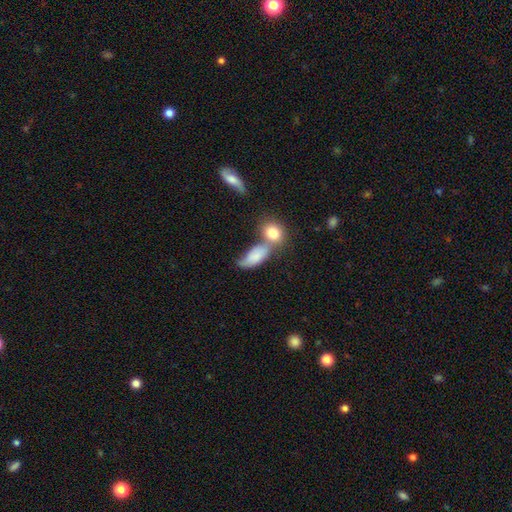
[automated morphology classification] This appears to be a smooth galaxy with no disk features (76%) that is in between round and cigar-shaped (81%). Merging: merger (43%).